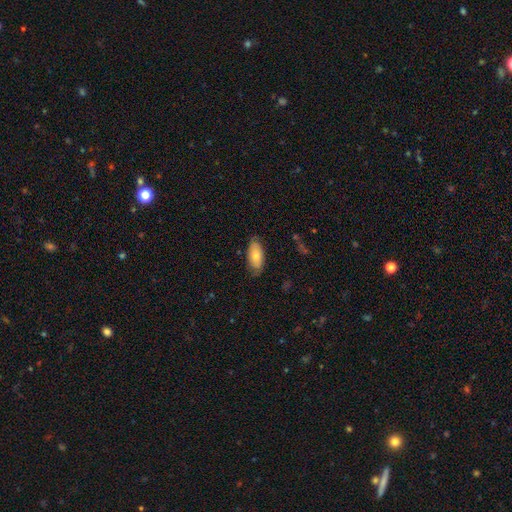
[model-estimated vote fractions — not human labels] The model was most divided on "smooth or featured": smooth: 67%, featured or disk: 27%, star or artifact: 6%. More confident: how rounded — in between (90%); merging — none (75%).